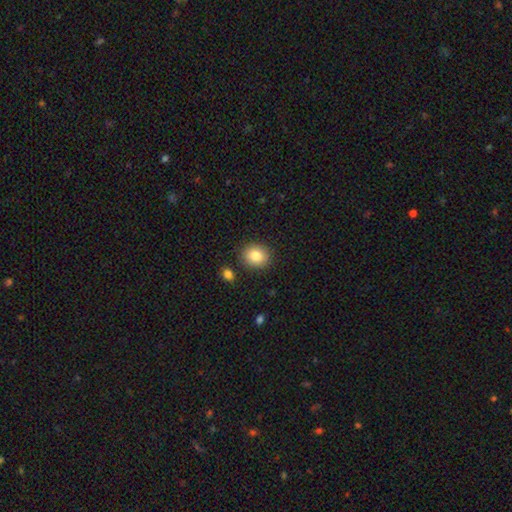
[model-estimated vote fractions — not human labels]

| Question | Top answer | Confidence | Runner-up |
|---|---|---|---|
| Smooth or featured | smooth | 84% | star or artifact (9%) |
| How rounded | round | 75% | in between (24%) |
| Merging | none | 88% | minor disturbance (7%) |